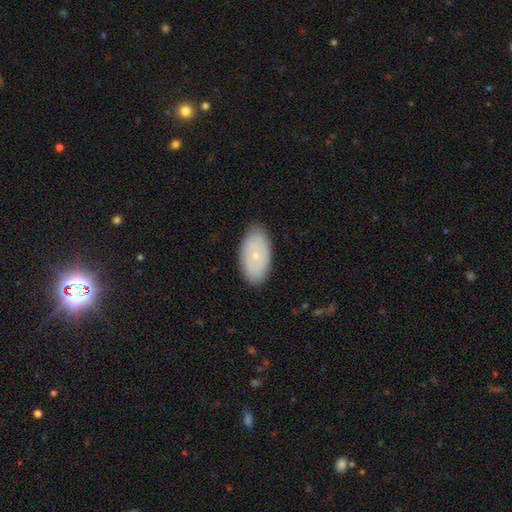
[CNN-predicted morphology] Smooth or featured: smooth — 60% (featured or disk — 33%)
How rounded: in between — 94% (round — 4%)
Merging: none — 85% (minor disturbance — 12%)